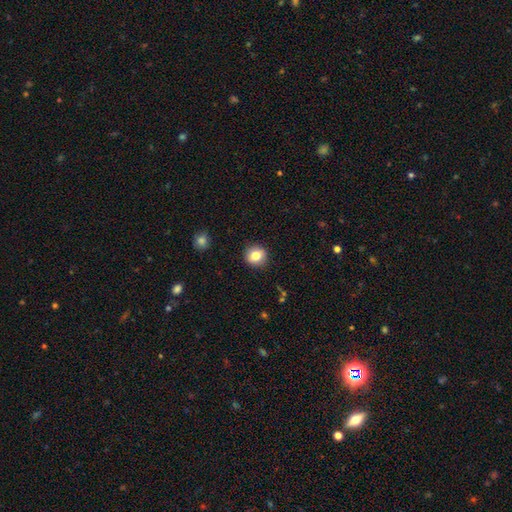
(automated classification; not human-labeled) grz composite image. It shows a smooth galaxy with no disk features (81%) that is round (88%). Merging: none (91%).